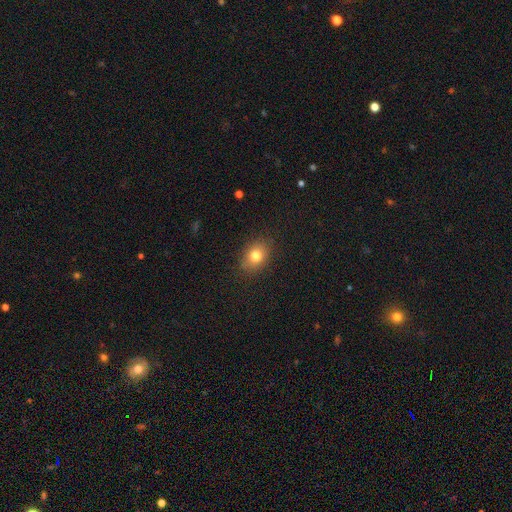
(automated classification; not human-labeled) smooth 78%, star or artifact 11%, featured or disk 11%. Down the decision tree: how rounded — in between (63%); merging — none (85%).